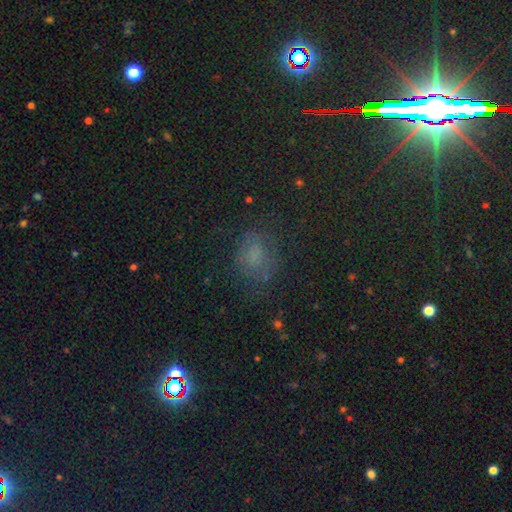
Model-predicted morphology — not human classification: This is possibly a smooth galaxy (48%). Merging: likely none (68%).